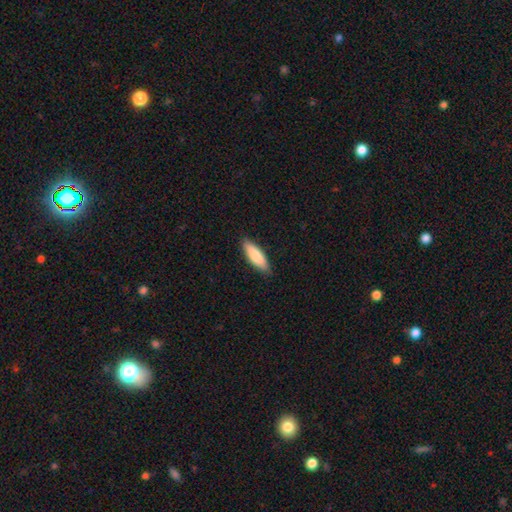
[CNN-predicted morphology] A smooth galaxy with no disk features (83%) that is in between round and cigar-shaped (51%). Merging: none (87%).